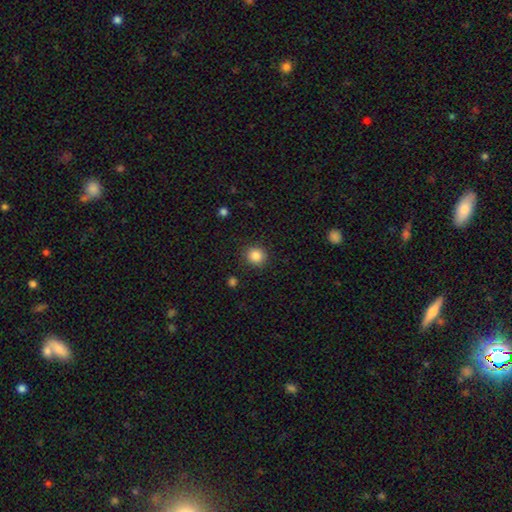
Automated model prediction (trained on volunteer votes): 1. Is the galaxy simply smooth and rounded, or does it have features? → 85% smooth, 11% star or artifact, 4% featured or disk.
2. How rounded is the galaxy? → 89% round, 10% in between, 1% cigar-shaped.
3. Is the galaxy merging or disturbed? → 88% none, 8% minor disturbance, 3% major disturbance, 1% merger.